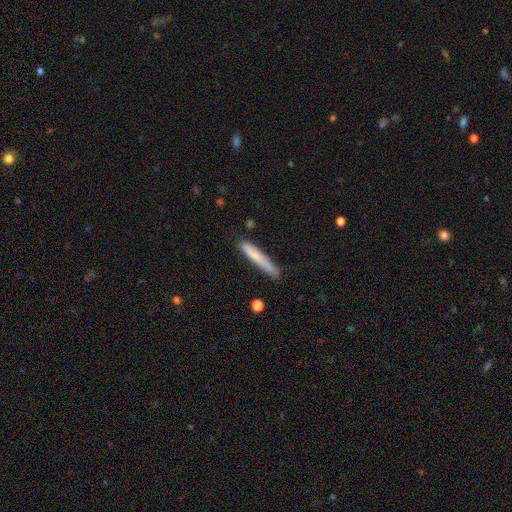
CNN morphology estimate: A smooth galaxy with no disk features (73%) that is cigar-shaped (94%).

Vote fractions:
- Smooth or featured? smooth: 73% / featured or disk: 21% / star or artifact: 6%
- How rounded? cigar-shaped: 94% / in between: 4% / round: 1%
- Merging? none: 75% / minor disturbance: 19% / major disturbance: 3% / merger: 2%